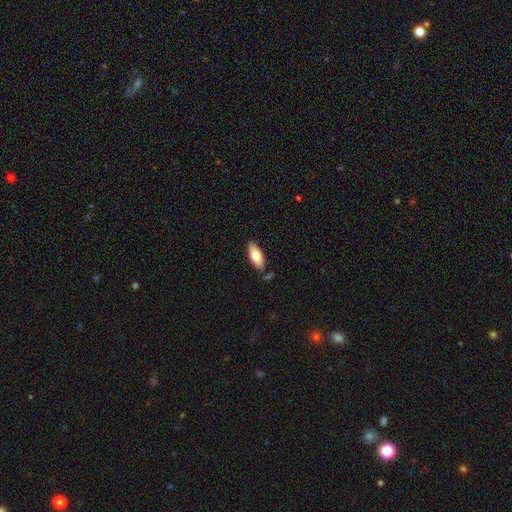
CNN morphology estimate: type=smooth (79%); roundness=in between (82%); merging=none (80%).